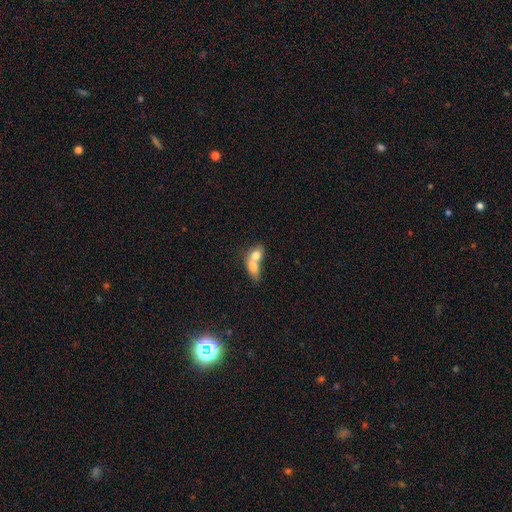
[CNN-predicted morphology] Q: Smooth or featured?
A: smooth (72%); runner-up: featured or disk (20%)
Q: How rounded?
A: in between (68%); runner-up: round (28%)
Q: Merging?
A: merger (78%); runner-up: none (12%)